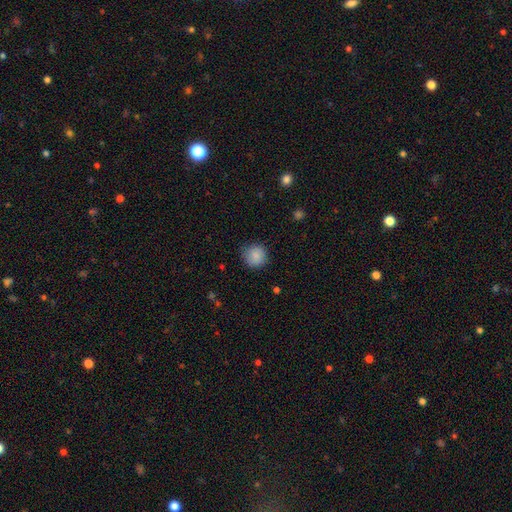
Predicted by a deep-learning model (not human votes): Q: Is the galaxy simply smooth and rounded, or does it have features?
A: smooth — 87%.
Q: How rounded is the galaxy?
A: round — 92%.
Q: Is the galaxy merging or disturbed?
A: none — 84%.